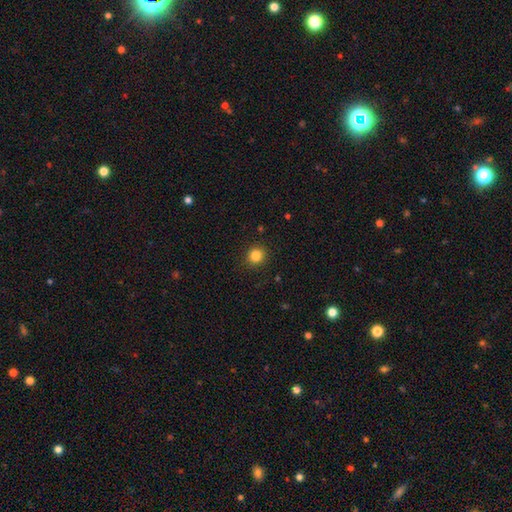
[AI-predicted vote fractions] A smooth galaxy with no disk features (84%) that is round (90%). Merging: none (91%).